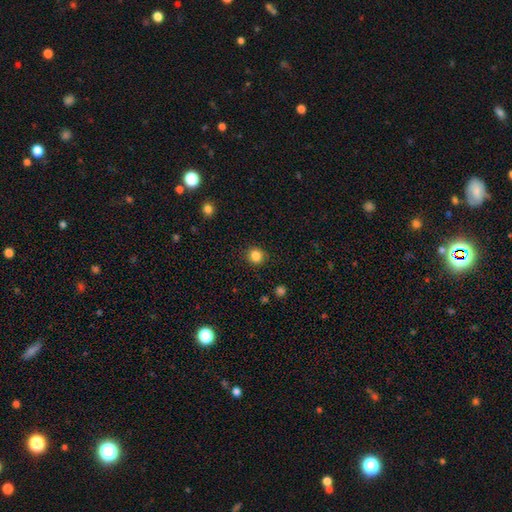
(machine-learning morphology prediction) Smooth or featured? smooth (84%)
How rounded? round (85%)
Merging? none (88%)